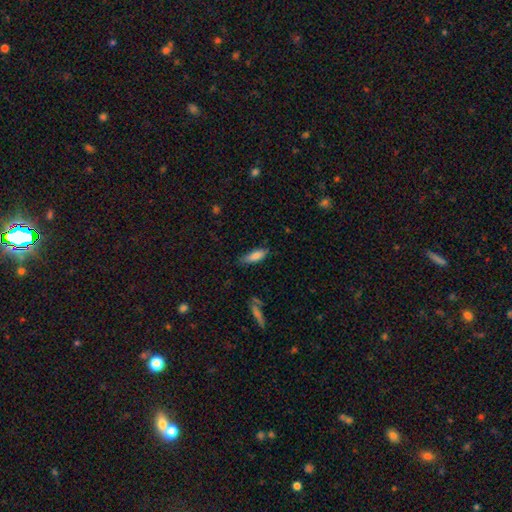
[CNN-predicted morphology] smooth 82%, featured or disk 11%, star or artifact 7%. Down the decision tree: how rounded — in between (54%); merging — none (72%).